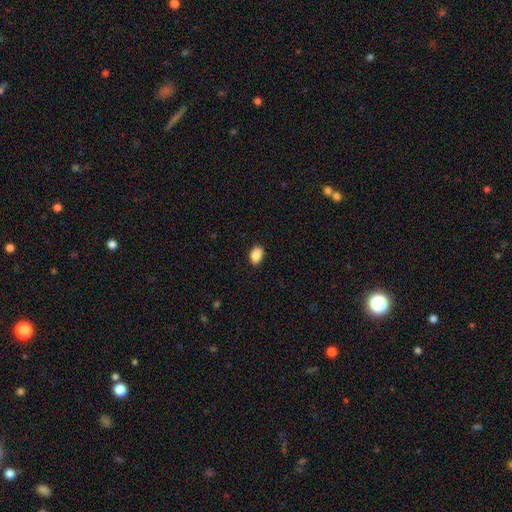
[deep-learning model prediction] Smooth or featured? smooth (84%)
How rounded? in between (82%)
Merging? none (82%)